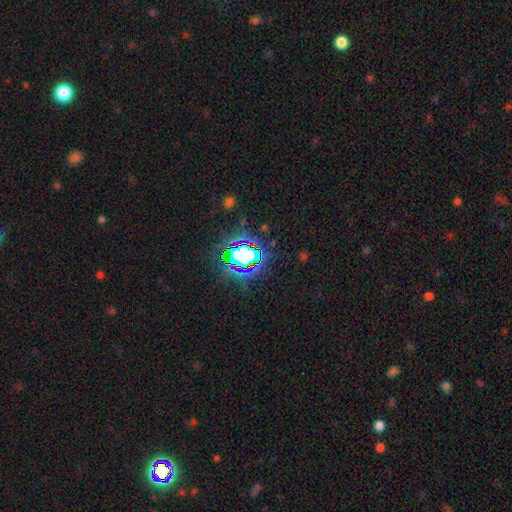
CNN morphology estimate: type=star or artifact (80%).